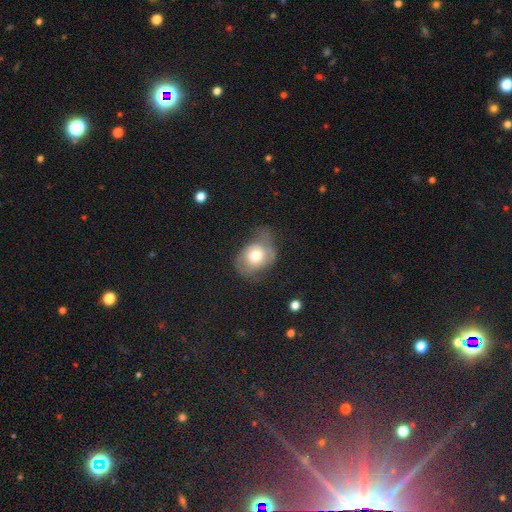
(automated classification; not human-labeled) Smooth or featured?
  - smooth: 48% *
  - featured or disk: 45%
  - star or artifact: 8%
Merging?
  - minor disturbance: 35% *
  - none: 34%
  - major disturbance: 29%
  - merger: 3%